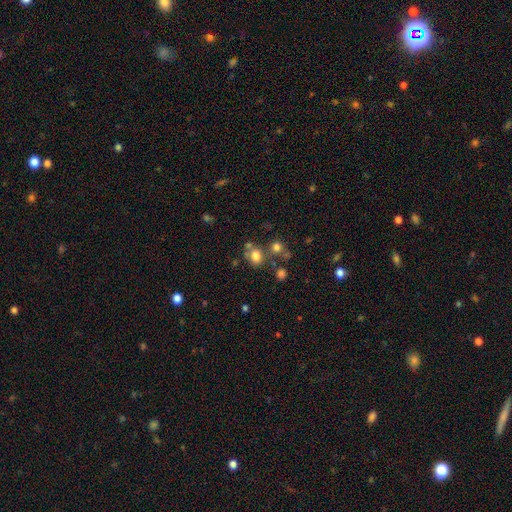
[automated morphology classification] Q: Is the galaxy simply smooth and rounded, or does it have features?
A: smooth — 75%.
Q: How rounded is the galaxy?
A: round — 56%.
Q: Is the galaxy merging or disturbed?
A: none — 57%.